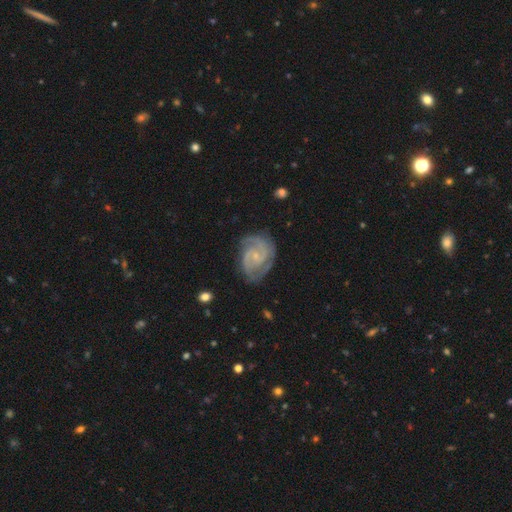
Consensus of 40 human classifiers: This appears to be a featured or disk galaxy (90%) with no bar (61%), 2 (88%) tight (48%) spiral arms (100%) and a small central bulge (76%). Merging: minor disturbance (47%).